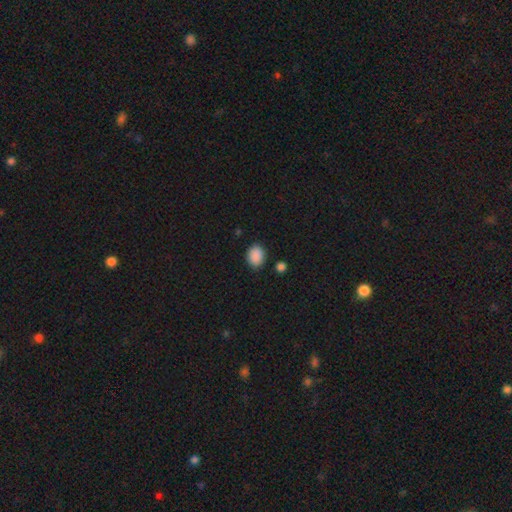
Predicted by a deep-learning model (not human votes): A smooth galaxy with no disk features (89%) that is in between round and cigar-shaped (62%). Merging: none (84%).